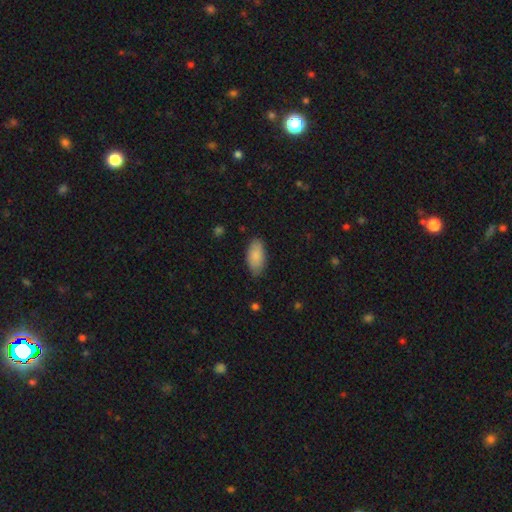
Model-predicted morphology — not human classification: The model was most divided on "merging": none: 81%, minor disturbance: 15%, major disturbance: 3%, merger: 1%. More confident: how rounded — in between (92%); smooth or featured — smooth (87%).